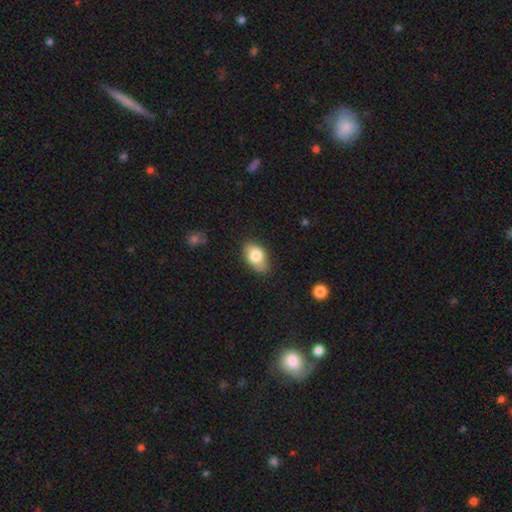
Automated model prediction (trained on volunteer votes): This is likely a smooth galaxy (79%). How rounded: clearly in between (90%). Merging: likely none (75%).